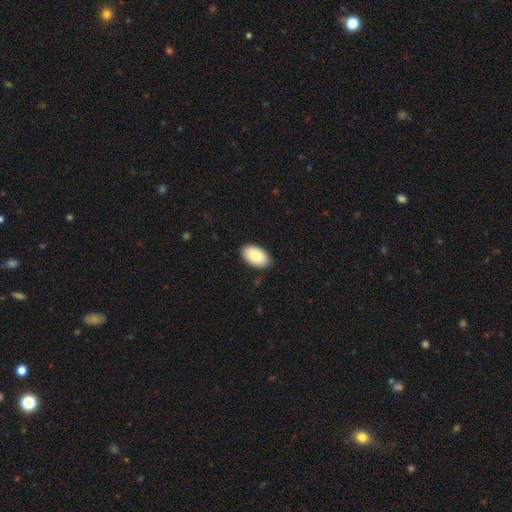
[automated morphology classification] Smooth or featured: smooth — 87% (featured or disk — 7%)
How rounded: in between — 95% (round — 4%)
Merging: none — 88% (minor disturbance — 10%)